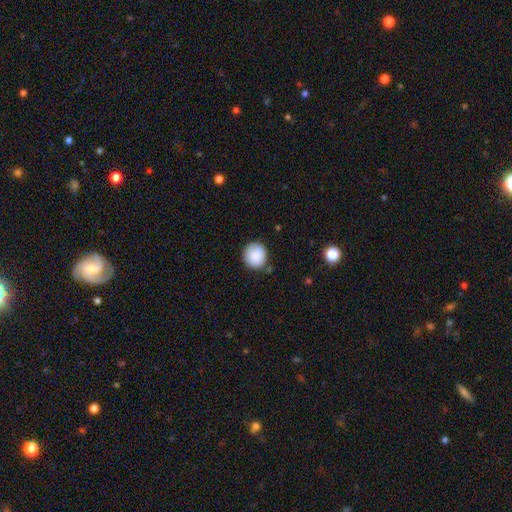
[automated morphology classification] This is clearly a smooth galaxy (87%). How rounded: clearly round (88%). Merging: clearly none (82%).